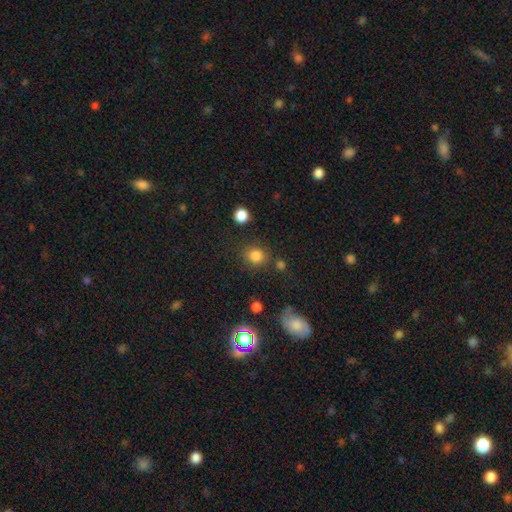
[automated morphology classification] Smooth or featured? Predicted: smooth (p=0.82). How rounded? Predicted: round (p=0.81). Merging? Predicted: none (p=0.79).